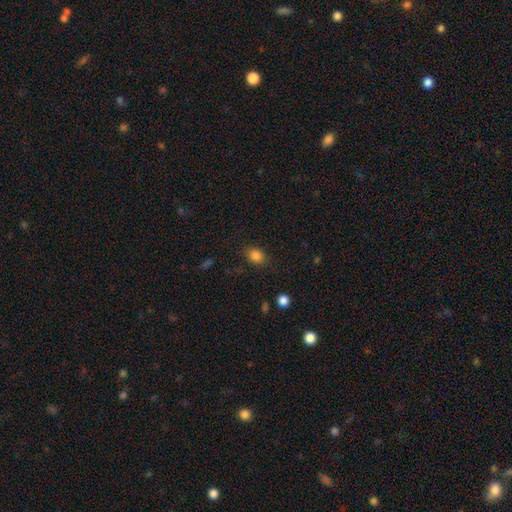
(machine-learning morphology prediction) Smooth or featured? smooth (83%)
How rounded? in between (50%)
Merging? none (80%)